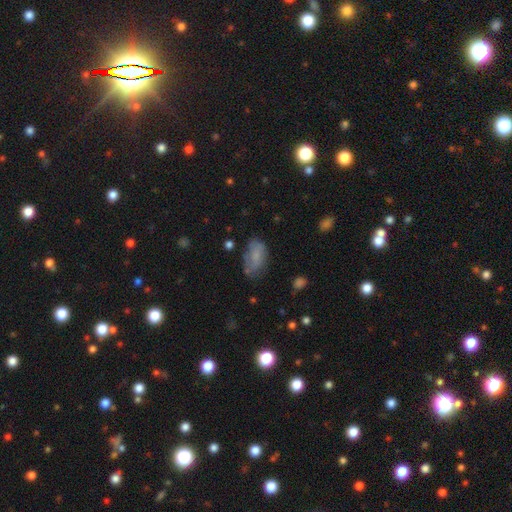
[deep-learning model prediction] Morphology: type=smooth (66%); roundness=in between (92%); merging=none (54%).